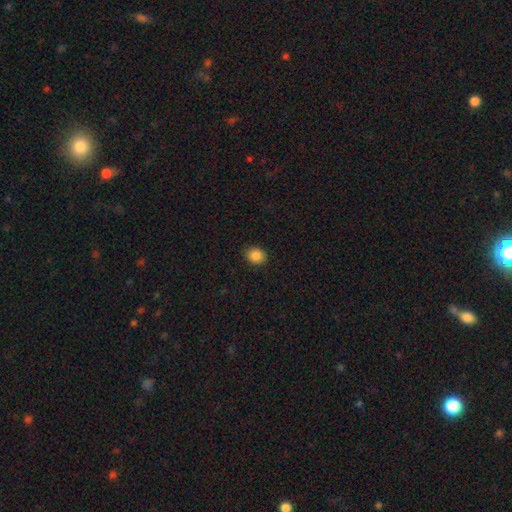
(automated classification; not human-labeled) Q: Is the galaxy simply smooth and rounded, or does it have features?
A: smooth — 86%.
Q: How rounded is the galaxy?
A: round — 65%.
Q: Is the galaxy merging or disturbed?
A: none — 90%.